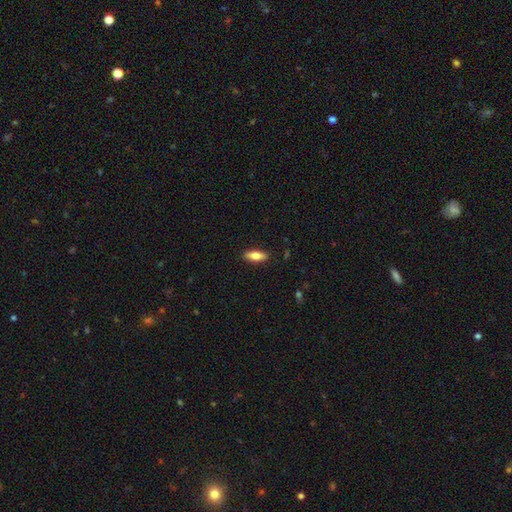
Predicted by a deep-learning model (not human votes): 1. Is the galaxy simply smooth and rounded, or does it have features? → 71% smooth, 23% featured or disk, 6% star or artifact.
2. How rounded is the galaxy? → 66% in between, 32% cigar-shaped, 2% round.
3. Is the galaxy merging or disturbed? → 89% none, 8% minor disturbance, 2% major disturbance, 1% merger.